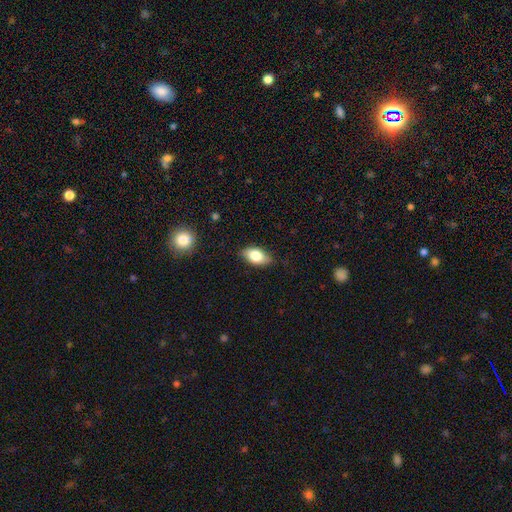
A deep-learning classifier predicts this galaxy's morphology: smooth_or_featured: smooth (p=0.77) [alt: featured or disk p=0.16]
how_rounded: in between (p=0.90) [alt: round p=0.06]
merging: none (p=0.81) [alt: minor disturbance p=0.15]